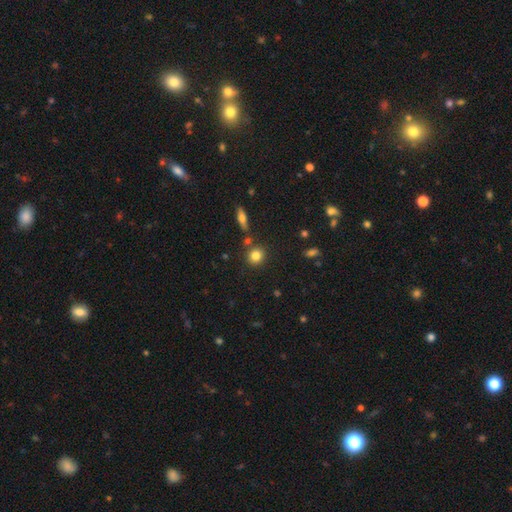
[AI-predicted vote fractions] A smooth galaxy with no disk features (82%) that is round (83%). Merging: none (79%).